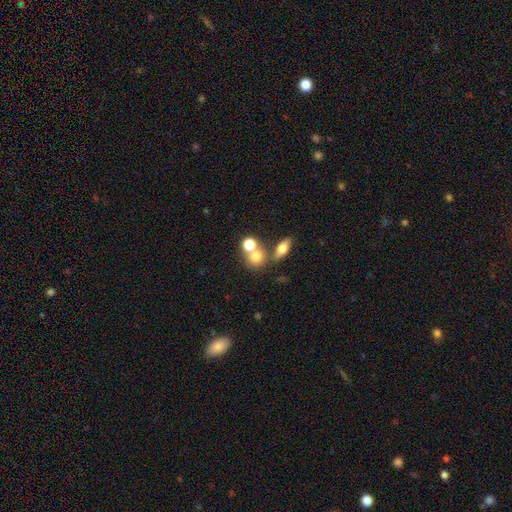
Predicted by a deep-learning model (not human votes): Overall: smooth (73%). How rounded: round (72%). Merging: none (47%; merger 41%).